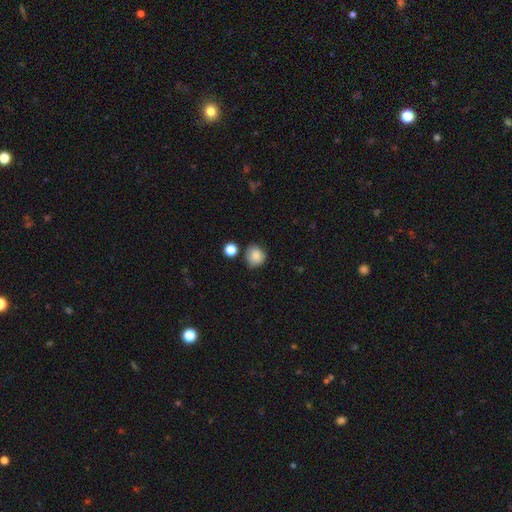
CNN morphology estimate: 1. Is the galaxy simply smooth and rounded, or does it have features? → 85% smooth, 9% star or artifact, 6% featured or disk.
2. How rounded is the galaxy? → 89% round, 10% in between, 1% cigar-shaped.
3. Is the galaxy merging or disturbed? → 79% none, 13% minor disturbance, 5% merger, 3% major disturbance.